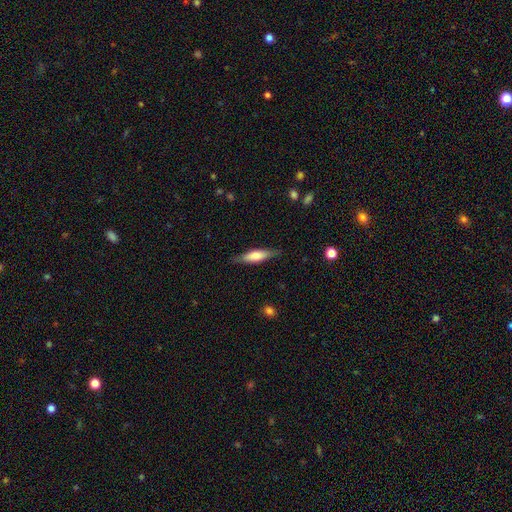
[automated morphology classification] smooth 56%, featured or disk 38%, star or artifact 6%. Down the decision tree: how rounded — cigar-shaped (64%); merging — none (83%).